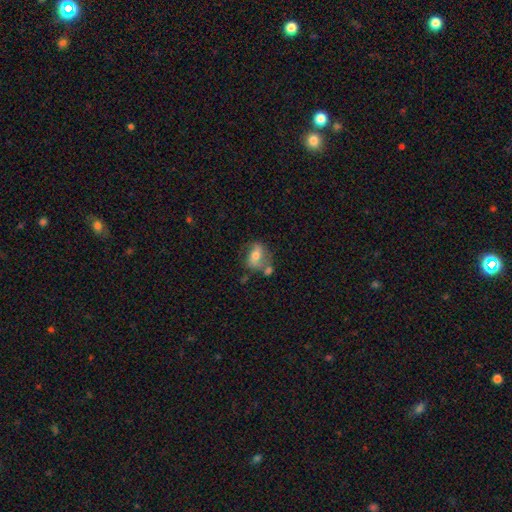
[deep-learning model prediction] A smooth galaxy with no disk features (47%).

Vote fractions:
- Smooth or featured? smooth: 47% / featured or disk: 44% / star or artifact: 9%
- Merging? none: 48% / merger: 21% / minor disturbance: 20% / major disturbance: 10%